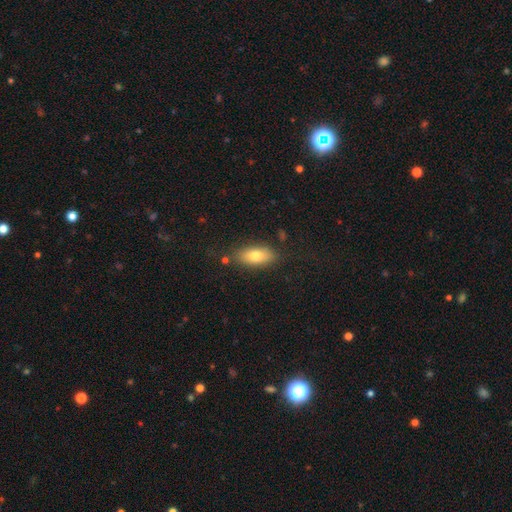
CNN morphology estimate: A smooth galaxy with no disk features (73%) that is in between round and cigar-shaped (84%).

Vote fractions:
- Smooth or featured? smooth: 73% / featured or disk: 19% / star or artifact: 8%
- How rounded? in between: 84% / cigar-shaped: 11% / round: 5%
- Merging? none: 80% / minor disturbance: 13% / major disturbance: 4% / merger: 3%